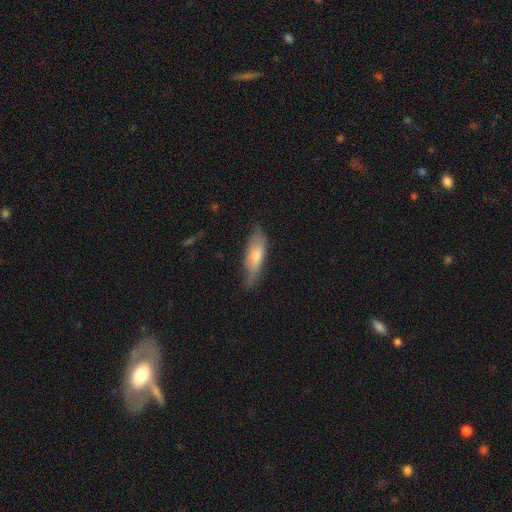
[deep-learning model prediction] Q: Smooth or featured?
A: smooth (68%); runner-up: featured or disk (26%)
Q: How rounded?
A: cigar-shaped (54%); runner-up: in between (44%)
Q: Merging?
A: none (69%); runner-up: minor disturbance (24%)